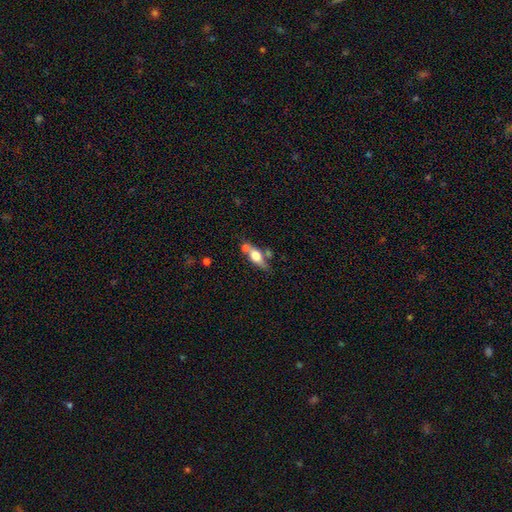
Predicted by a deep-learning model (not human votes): Smooth or featured? Predicted: smooth (p=0.58). How rounded? Predicted: in between (p=0.63). Merging? Predicted: none (p=0.44).